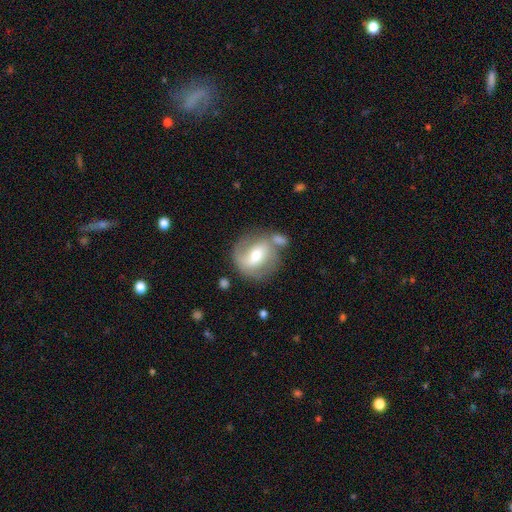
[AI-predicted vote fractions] smooth-or-featured: featured or disk: 57% | smooth: 36% | star or artifact: 7%
  disk-edge-on: no: 95% | yes: 5%
    bar: weak: 45% | strong: 29% | no: 26%
    has-spiral-arms: yes: 67% | no: 33%
    bulge-size: moderate: 67% | small: 23% | large: 8% | none: 1% | dominant: 1%
  merging: none: 56% | merger: 19% | minor disturbance: 17% | major disturbance: 8%